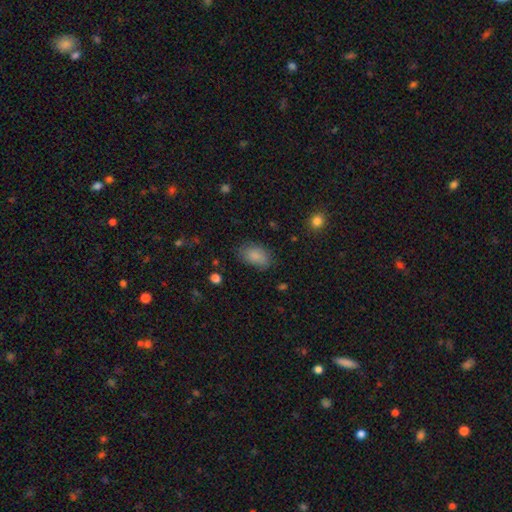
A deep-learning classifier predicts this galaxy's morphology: This appears to be a smooth galaxy with no disk features (85%) that is in between round and cigar-shaped (90%). Merging: none (73%).